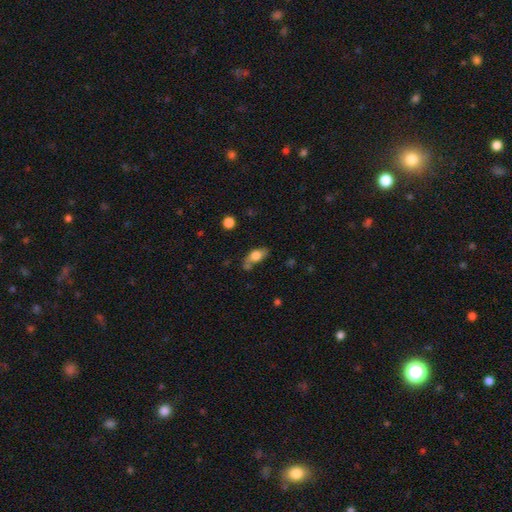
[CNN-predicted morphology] A smooth galaxy with no disk features (71%) that is in between round and cigar-shaped (80%).

Vote fractions:
- Smooth or featured? smooth: 71% / featured or disk: 21% / star or artifact: 8%
- How rounded? in between: 80% / cigar-shaped: 14% / round: 6%
- Merging? none: 59% / minor disturbance: 23% / merger: 11% / major disturbance: 7%